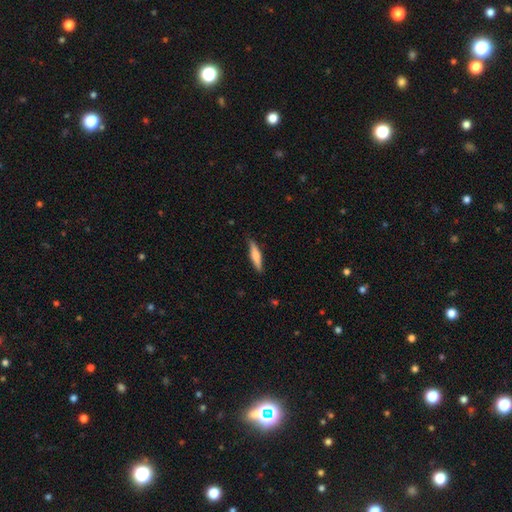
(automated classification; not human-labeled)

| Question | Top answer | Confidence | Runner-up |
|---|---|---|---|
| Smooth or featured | smooth | 62% | featured or disk (32%) |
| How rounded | cigar-shaped | 81% | in between (18%) |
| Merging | none | 85% | minor disturbance (12%) |